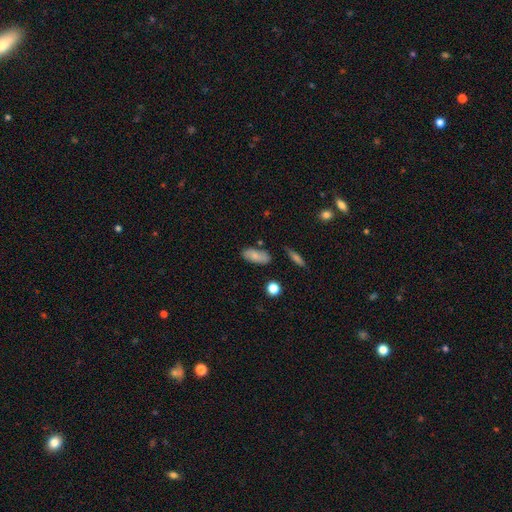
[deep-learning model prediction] Smooth or featured: smooth — 74% (featured or disk — 19%)
How rounded: in between — 88% (cigar-shaped — 9%)
Merging: none — 75% (minor disturbance — 16%)